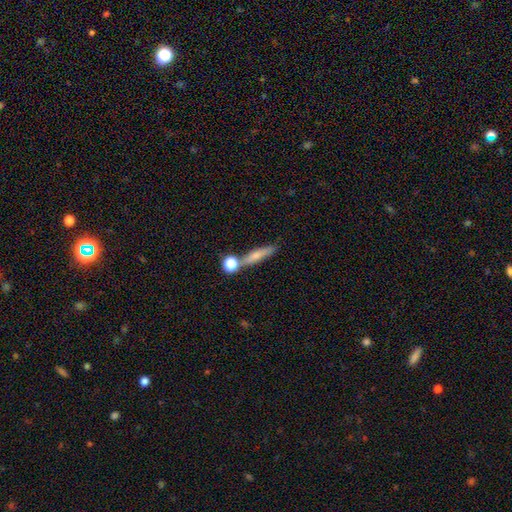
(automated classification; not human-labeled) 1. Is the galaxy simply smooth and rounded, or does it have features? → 60% smooth, 31% featured or disk, 10% star or artifact.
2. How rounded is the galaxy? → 76% cigar-shaped, 15% in between, 9% round.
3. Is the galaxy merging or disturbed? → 65% none, 18% merger, 12% minor disturbance, 5% major disturbance.